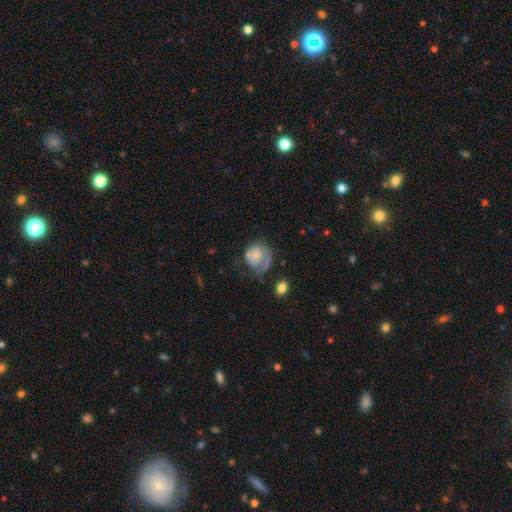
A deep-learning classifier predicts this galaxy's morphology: Overall: smooth (49%; featured or disk 44%). Merging: none (38%; major disturbance 30%).